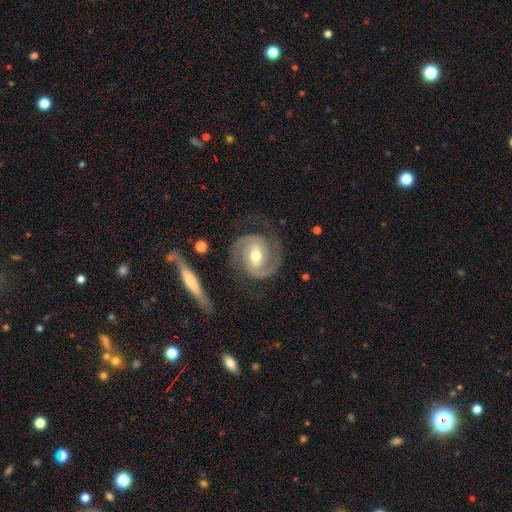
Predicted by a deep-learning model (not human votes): Smooth or featured? featured or disk (91%)
Edge-on disk? no (97%)
Bar? weak (42%)
Spiral arms? yes (98%)
Spiral winding? tight (48%)
Spiral arm count? 2 (92%)
Bulge size? moderate (72%)
Merging? none (78%)